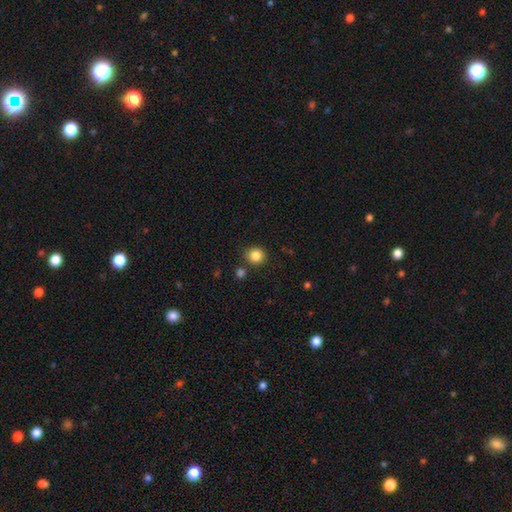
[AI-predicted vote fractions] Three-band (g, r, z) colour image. It shows a smooth galaxy with no disk features (85%) that is round (87%). Merging: none (83%).